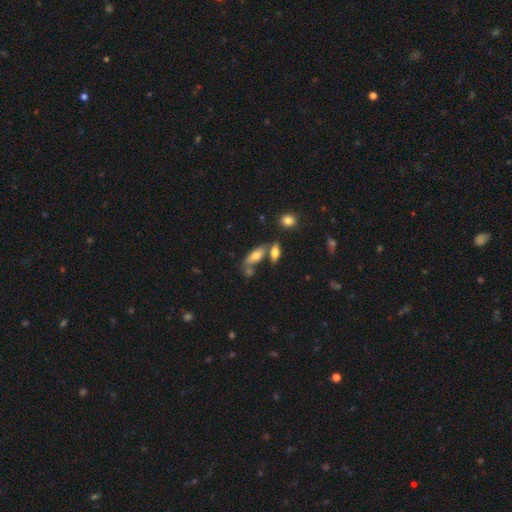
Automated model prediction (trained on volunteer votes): smooth-or-featured: smooth: 67% | featured or disk: 24% | star or artifact: 9%
  how-rounded: in between: 73% | cigar-shaped: 24% | round: 3%
  merging: none: 51% | merger: 27% | minor disturbance: 16% | major disturbance: 6%